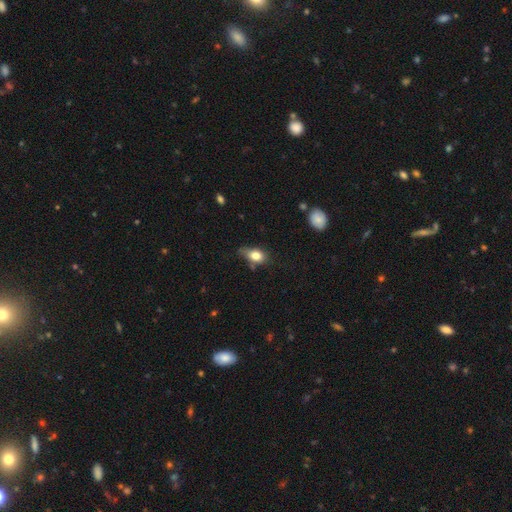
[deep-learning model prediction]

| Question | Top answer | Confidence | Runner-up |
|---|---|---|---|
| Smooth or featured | smooth | 79% | featured or disk (12%) |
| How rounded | in between | 76% | round (20%) |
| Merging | none | 46% | minor disturbance (38%) |